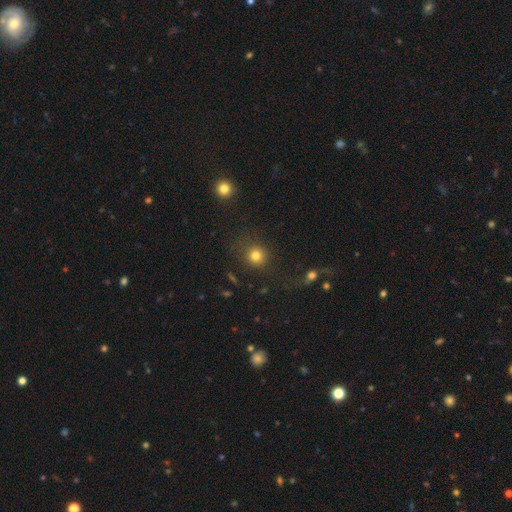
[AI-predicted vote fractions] This appears to be a smooth galaxy with no disk features (80%) that is round (90%). Merging: none (82%).